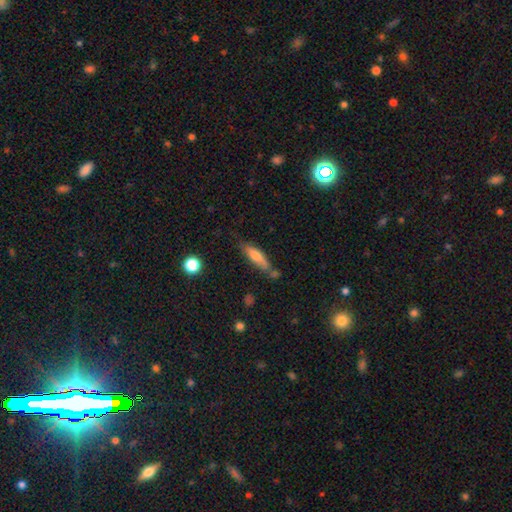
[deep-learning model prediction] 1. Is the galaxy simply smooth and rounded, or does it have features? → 65% smooth, 28% featured or disk, 7% star or artifact.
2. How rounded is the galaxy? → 68% cigar-shaped, 30% in between, 2% round.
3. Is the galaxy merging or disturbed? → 61% none, 22% minor disturbance, 11% merger, 6% major disturbance.